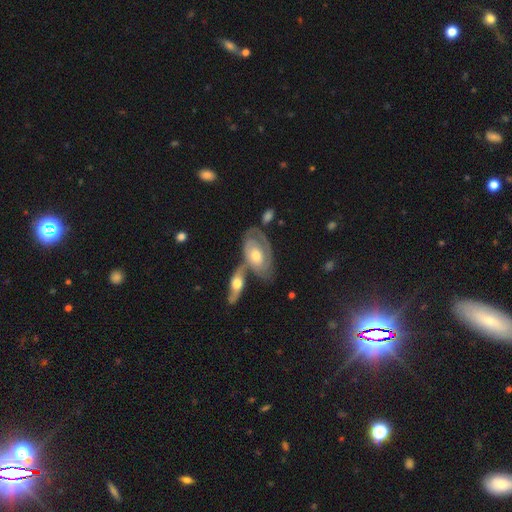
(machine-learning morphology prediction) smooth_or_featured: featured or disk (p=0.74) [alt: smooth p=0.21]
disk_edge_on: no (p=0.90) [alt: yes p=0.10]
bar: no (p=0.72) [alt: weak p=0.22]
has_spiral_arms: yes (p=0.81) [alt: no p=0.19]
spiral_winding: tight (p=0.61) [alt: medium p=0.29]
spiral_arm_count: 2 (p=0.51) [alt: can't tell p=0.31]
bulge_size: moderate (p=0.66) [alt: small p=0.18]
merging: none (p=0.40) [alt: merger p=0.37]